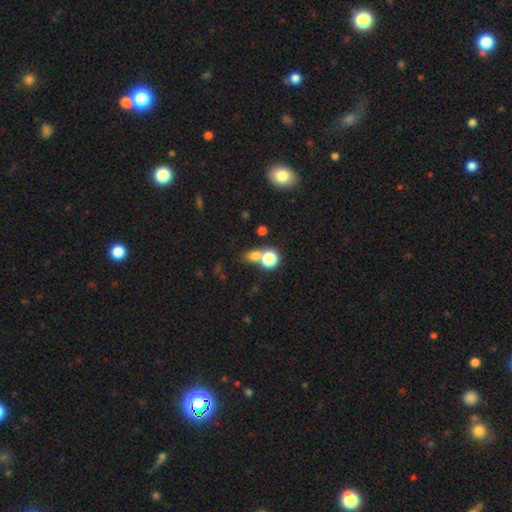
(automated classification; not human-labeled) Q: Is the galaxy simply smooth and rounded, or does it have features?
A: smooth — 71%.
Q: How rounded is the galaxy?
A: round — 61%.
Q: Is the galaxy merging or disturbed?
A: none — 49%.